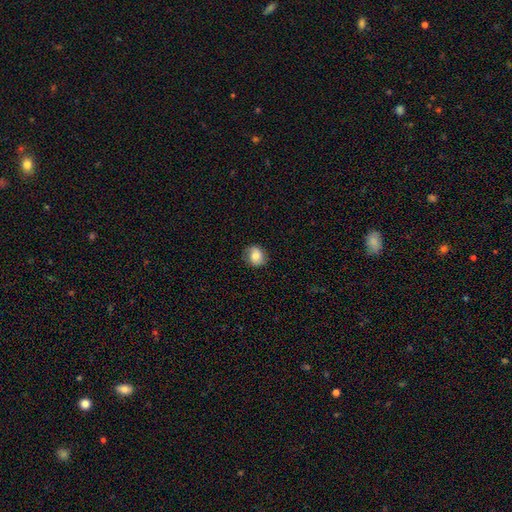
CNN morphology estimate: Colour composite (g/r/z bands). It shows a smooth galaxy with no disk features (74%) that is round (75%). Merging: none (83%).